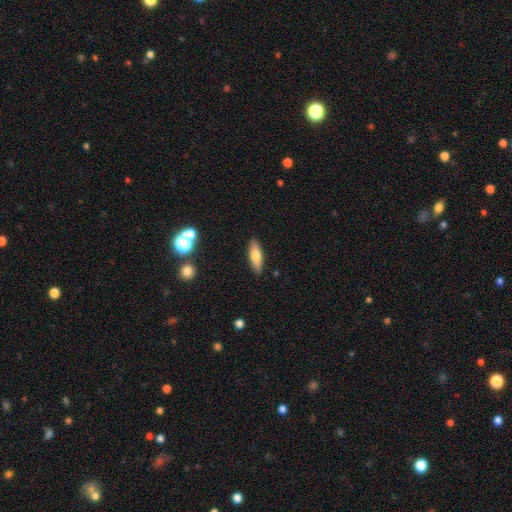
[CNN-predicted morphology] The model was most divided on "how rounded": in between: 55%, cigar-shaped: 43%, round: 2%. More confident: merging — none (88%); smooth or featured — smooth (70%).